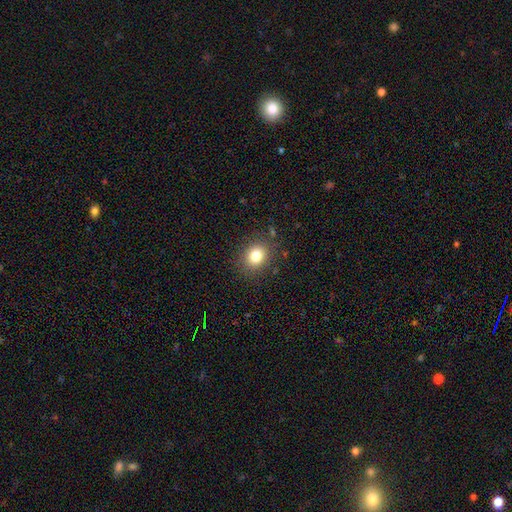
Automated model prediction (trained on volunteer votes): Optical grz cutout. It shows a smooth galaxy with no disk features (80%) that is round (67%). Merging: none (85%).